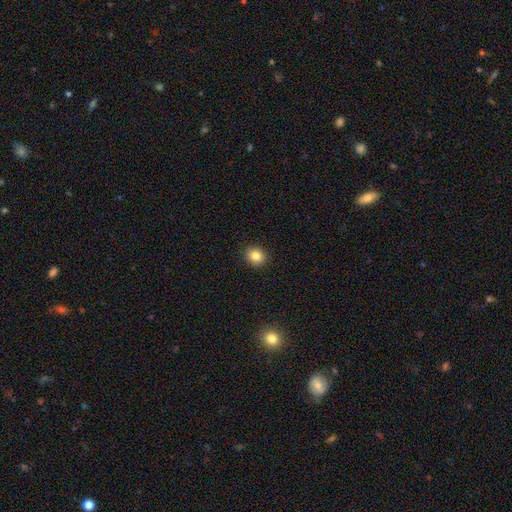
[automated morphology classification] Smooth or featured? smooth (83%)
How rounded? round (80%)
Merging? none (92%)